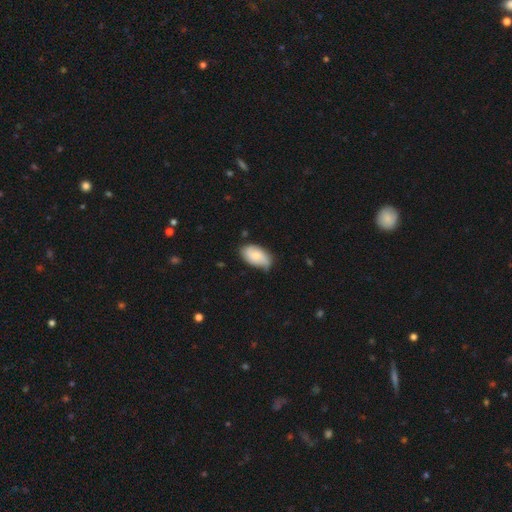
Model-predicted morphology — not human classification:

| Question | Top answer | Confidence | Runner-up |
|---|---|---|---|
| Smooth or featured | smooth | 69% | featured or disk (24%) |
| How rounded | in between | 94% | round (4%) |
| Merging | none | 63% | minor disturbance (30%) |